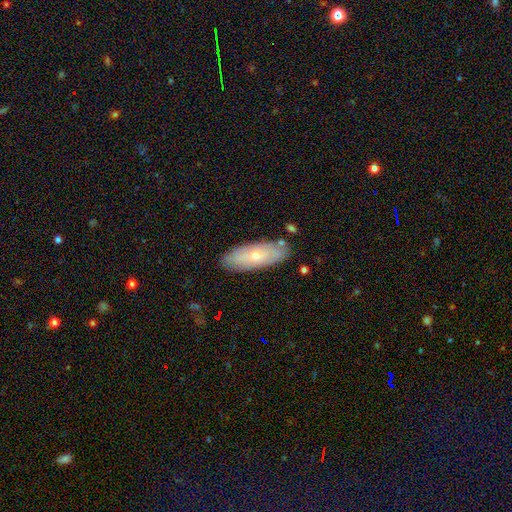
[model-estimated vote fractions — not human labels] This appears to be a smooth galaxy with no disk features (51%) that is in between round and cigar-shaped (72%). Merging: none (81%).